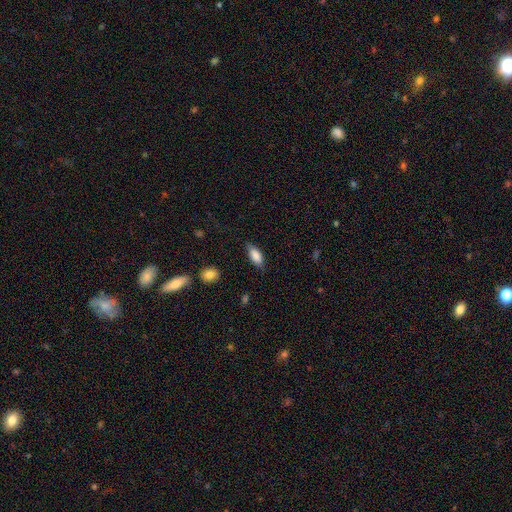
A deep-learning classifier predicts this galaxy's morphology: Smooth or featured? Predicted: smooth (p=0.82). How rounded? Predicted: in between (p=0.84). Merging? Predicted: none (p=0.75).